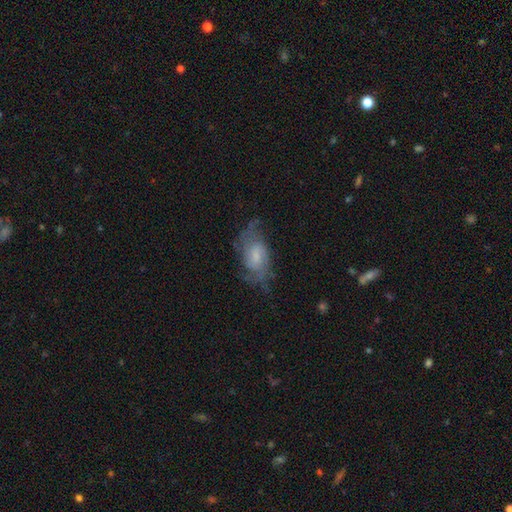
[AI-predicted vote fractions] A featured or disk galaxy (67%) with a weak bar (48%), 2 (52%) medium (46%) spiral arms (87%) and a small central bulge (43%).

Vote fractions:
- Smooth or featured? featured or disk: 67% / smooth: 25% / star or artifact: 8%
- Edge-on disk? no: 95% / yes: 5%
- Bar? weak: 48% / no: 44% / strong: 9%
- Spiral arms? yes: 87% / no: 13%
- Spiral winding? medium: 46% / tight: 32% / loose: 22%
- Spiral arm count? 2: 52% / can't tell: 30% / 3: 8% / 1: 4% / 4: 3% / more than 4: 3%
- Bulge size? small: 43% / moderate: 30% / none: 18% / large: 7% / dominant: 1%
- Merging? none: 59% / minor disturbance: 23% / major disturbance: 16% / merger: 2%